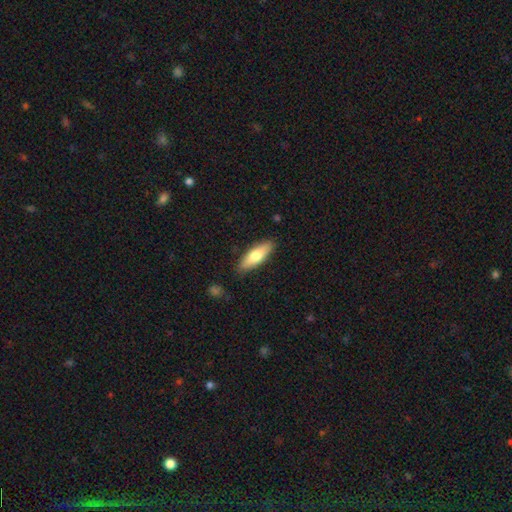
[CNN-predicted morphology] type=smooth (71%); roundness=in between (54%); merging=none (87%).